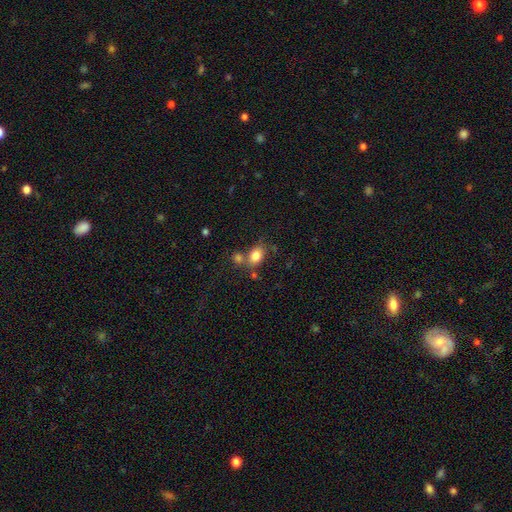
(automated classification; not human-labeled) Q: Smooth or featured?
A: smooth (82%); runner-up: star or artifact (10%)
Q: How rounded?
A: in between (74%); runner-up: round (25%)
Q: Merging?
A: none (55%); runner-up: merger (26%)